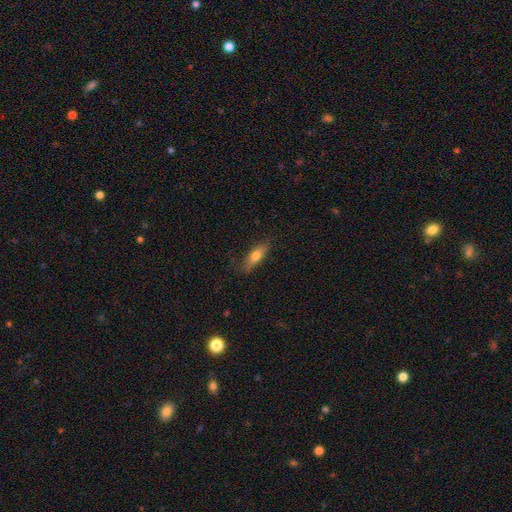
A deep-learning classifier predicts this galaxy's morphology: Smooth or featured? Predicted: smooth (p=0.67). How rounded? Predicted: in between (p=0.49). Merging? Predicted: none (p=0.80).